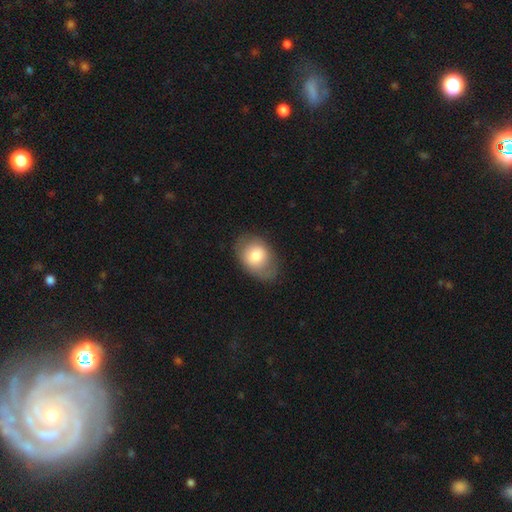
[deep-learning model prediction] Morphology: type=smooth (74%); roundness=in between (76%); merging=none (69%).